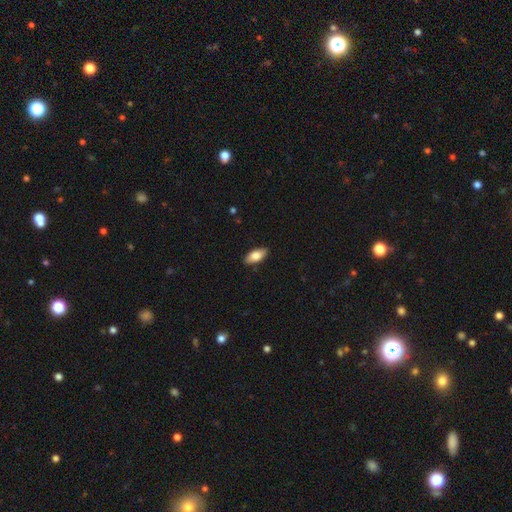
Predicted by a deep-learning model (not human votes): Smooth or featured?
  - smooth: 80% *
  - featured or disk: 14%
  - star or artifact: 6%
How rounded?
  - in between: 88% *
  - cigar-shaped: 9%
  - round: 2%
Merging?
  - none: 88% *
  - minor disturbance: 9%
  - major disturbance: 2%
  - merger: 1%